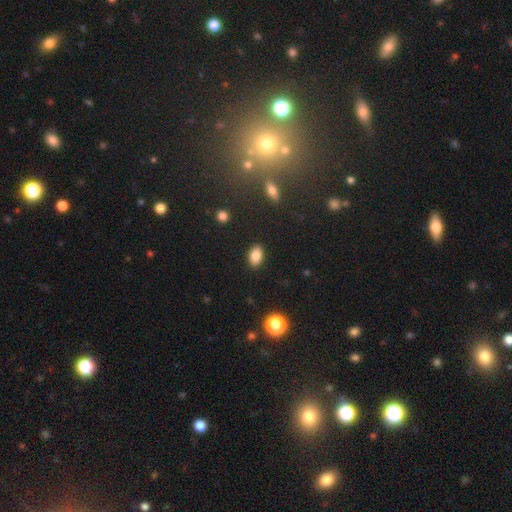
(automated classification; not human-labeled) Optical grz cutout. It shows a smooth galaxy with no disk features (84%) that is in between round and cigar-shaped (89%). Merging: none (88%).